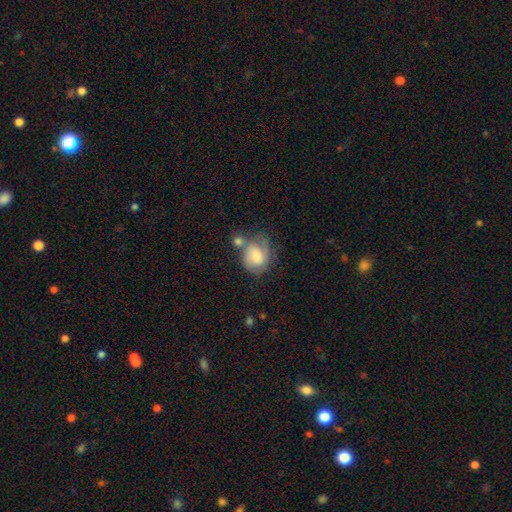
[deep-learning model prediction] smooth 52%, featured or disk 40%, star or artifact 8%. Down the decision tree: how rounded — round (51%); merging — none (33%).